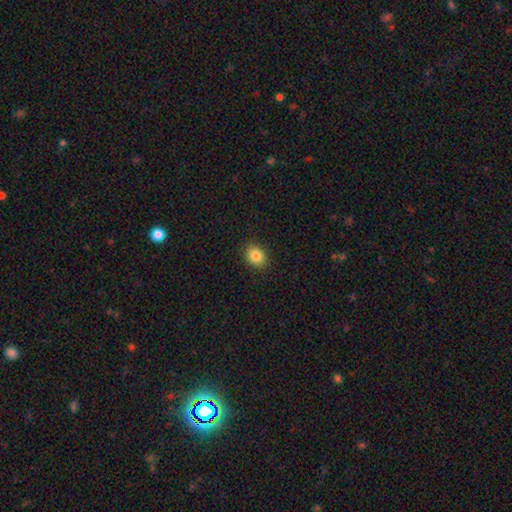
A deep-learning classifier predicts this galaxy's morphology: smooth-or-featured: smooth: 85% | star or artifact: 9% | featured or disk: 5%
  how-rounded: round: 50% | in between: 49% | cigar-shaped: 1%
  merging: none: 89% | minor disturbance: 8% | major disturbance: 2% | merger: 1%